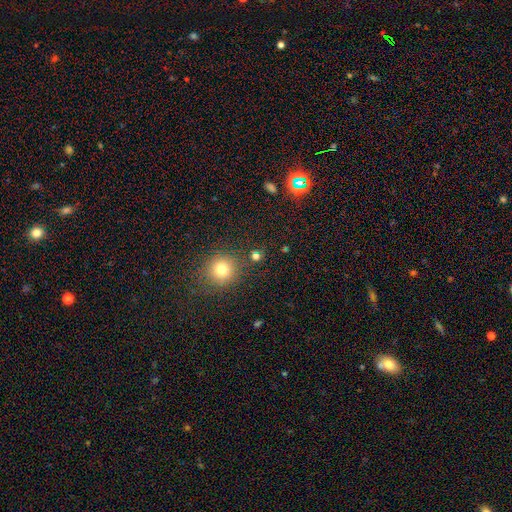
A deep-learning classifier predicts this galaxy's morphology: This is likely a smooth galaxy (65%). How rounded: clearly round (88%). Merging: clearly none (84%).